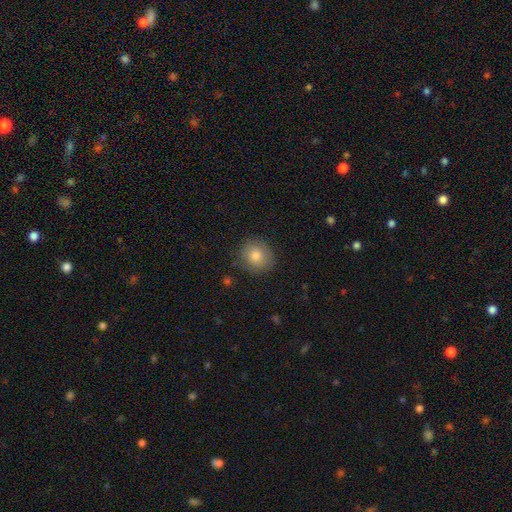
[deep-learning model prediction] smooth_or_featured: smooth (p=0.80) [alt: featured or disk p=0.10]
how_rounded: round (p=0.83) [alt: in between p=0.16]
merging: none (p=0.86) [alt: minor disturbance p=0.10]